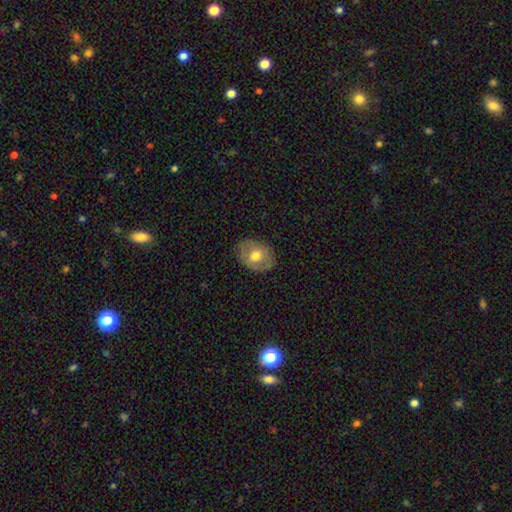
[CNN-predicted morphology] A smooth galaxy with no disk features (57%) that is in between round and cigar-shaped (60%).

Vote fractions:
- Smooth or featured? smooth: 57% / featured or disk: 36% / star or artifact: 7%
- How rounded? in between: 60% / round: 39% / cigar-shaped: 1%
- Merging? none: 80% / minor disturbance: 15% / major disturbance: 4% / merger: 1%